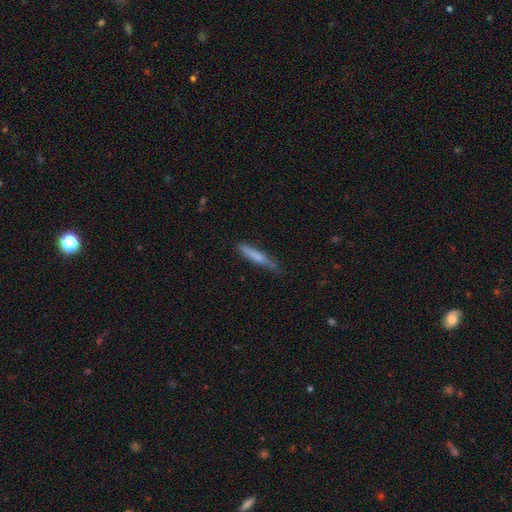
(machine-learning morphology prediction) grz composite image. It shows a smooth galaxy with no disk features (69%) that is cigar-shaped (93%). Merging: none (72%).